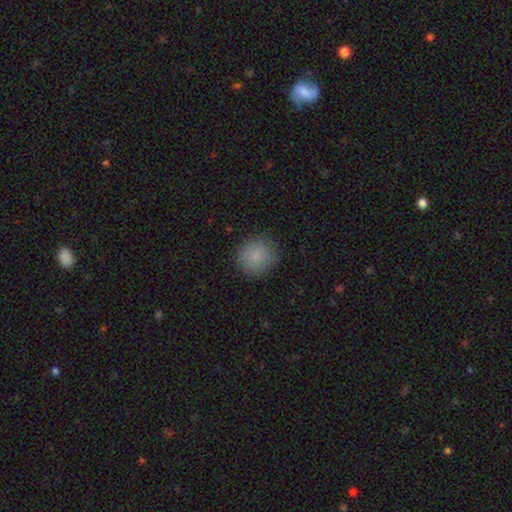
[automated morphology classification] Q: Smooth or featured?
A: smooth (86%); runner-up: star or artifact (9%)
Q: How rounded?
A: round (92%); runner-up: in between (7%)
Q: Merging?
A: none (89%); runner-up: minor disturbance (8%)